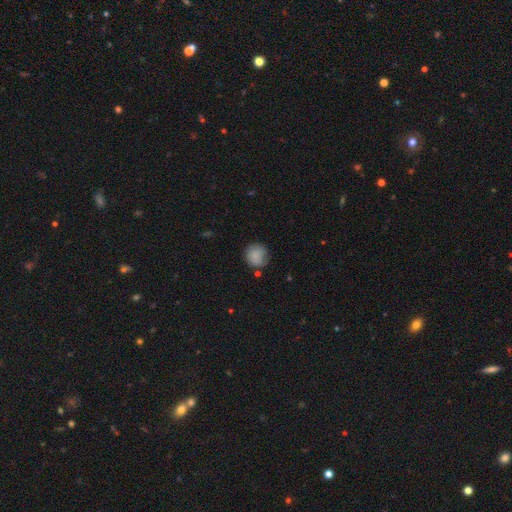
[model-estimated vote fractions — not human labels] A smooth galaxy with no disk features (83%) that is round (87%).

Vote fractions:
- Smooth or featured? smooth: 83% / star or artifact: 8% / featured or disk: 8%
- How rounded? round: 87% / in between: 12% / cigar-shaped: 1%
- Merging? none: 70% / minor disturbance: 21% / major disturbance: 6% / merger: 4%